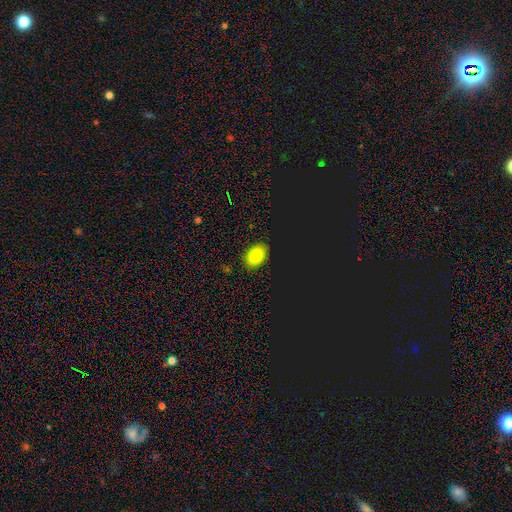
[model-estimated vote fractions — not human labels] smooth-or-featured: smooth: 80% | star or artifact: 14% | featured or disk: 6%
  how-rounded: in between: 83% | round: 16% | cigar-shaped: 1%
  merging: none: 87% | minor disturbance: 10% | major disturbance: 2% | merger: 1%